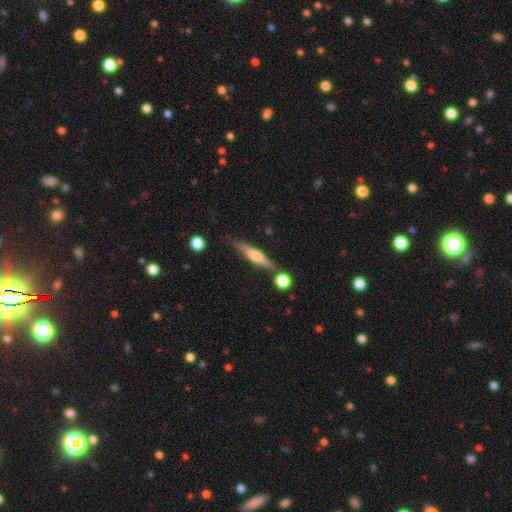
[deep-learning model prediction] This appears to be a featured or disk galaxy (55%) viewed edge-on (96%) with a rounded central bulge (80%). Merging: none (78%).